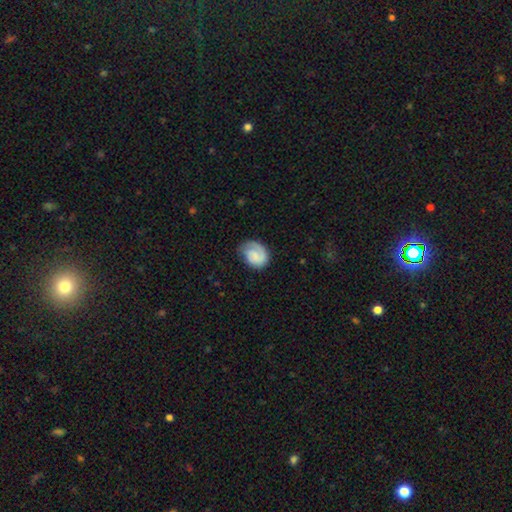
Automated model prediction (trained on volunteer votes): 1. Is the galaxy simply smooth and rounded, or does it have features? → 47% featured or disk, 46% smooth, 6% star or artifact.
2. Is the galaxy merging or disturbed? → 63% none, 24% minor disturbance, 12% major disturbance, 1% merger.